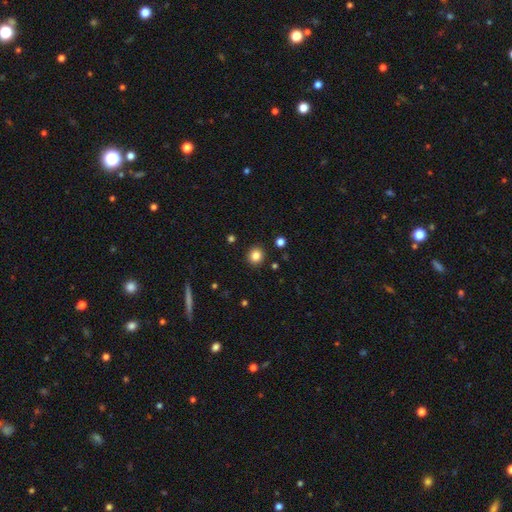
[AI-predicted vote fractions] A smooth galaxy with no disk features (84%) that is round (88%). Merging: none (91%).